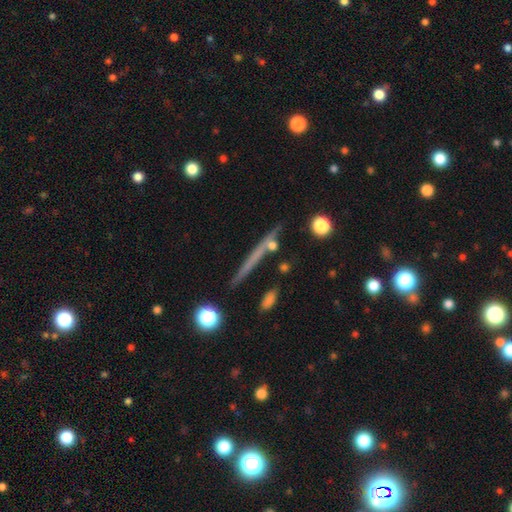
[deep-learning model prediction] Smooth or featured?
  - featured or disk: 50% *
  - smooth: 40%
  - star or artifact: 10%
Merging?
  - none: 84% *
  - minor disturbance: 10%
  - merger: 4%
  - major disturbance: 2%